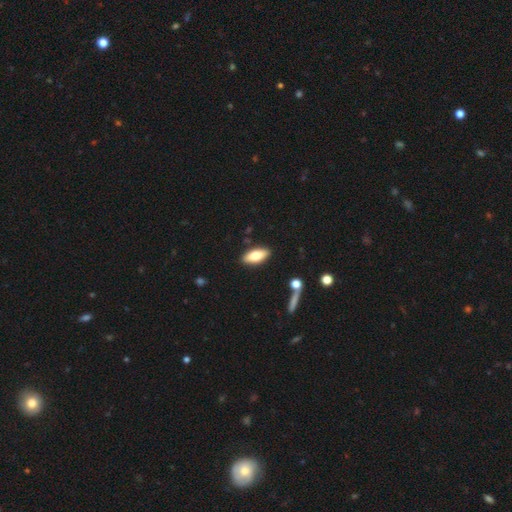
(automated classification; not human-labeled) A smooth galaxy with no disk features (70%) that is in between round and cigar-shaped (79%). Merging: none (87%).